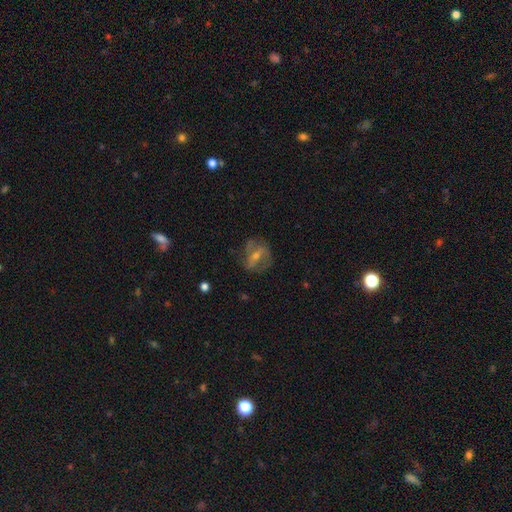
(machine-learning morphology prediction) Q: Smooth or featured?
A: featured or disk (61%); runner-up: smooth (26%)
Q: Edge-on disk?
A: no (90%); runner-up: yes (10%)
Q: Bar?
A: weak (39%); runner-up: strong (33%)
Q: Spiral arms?
A: yes (60%); runner-up: no (40%)
Q: Bulge size?
A: small (51%); runner-up: moderate (39%)
Q: Merging?
A: none (69%); runner-up: minor disturbance (18%)